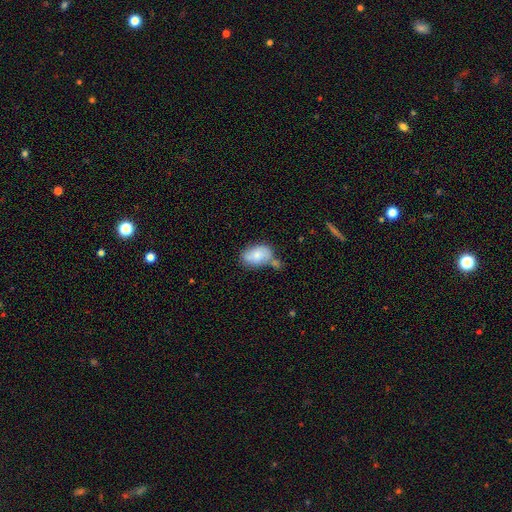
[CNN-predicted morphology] smooth-or-featured: smooth: 73% | featured or disk: 20% | star or artifact: 7%
  how-rounded: in between: 88% | round: 11% | cigar-shaped: 1%
  merging: none: 44% | merger: 25% | minor disturbance: 24% | major disturbance: 8%